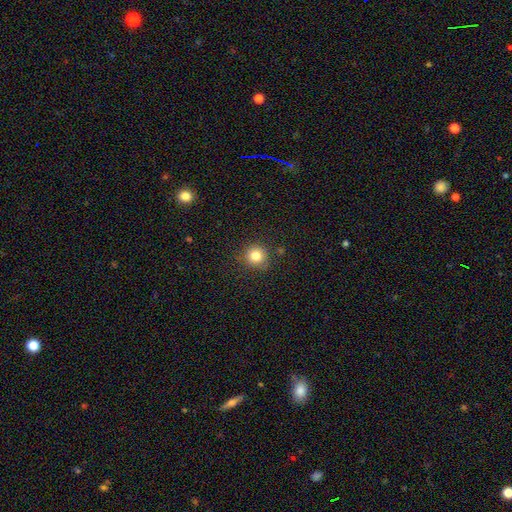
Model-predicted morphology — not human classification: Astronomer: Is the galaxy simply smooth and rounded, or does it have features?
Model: smooth — 82%.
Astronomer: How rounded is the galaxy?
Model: round — 93%.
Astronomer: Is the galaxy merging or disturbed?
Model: none — 87%.